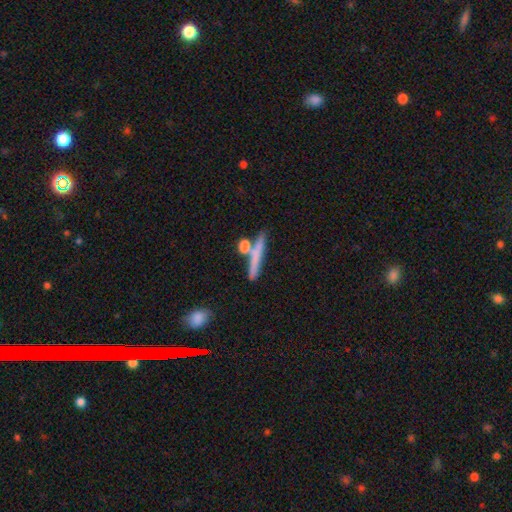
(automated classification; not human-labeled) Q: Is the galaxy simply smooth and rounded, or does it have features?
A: smooth — 61%.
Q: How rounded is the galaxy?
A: cigar-shaped — 83%.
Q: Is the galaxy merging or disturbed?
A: none — 62%.